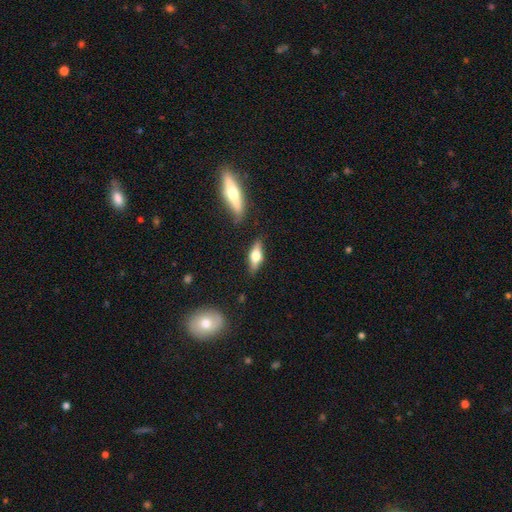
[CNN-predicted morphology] Overall: featured or disk (50%; smooth 43%). Edge-on disk: yes (91%). Merging: none (83%).